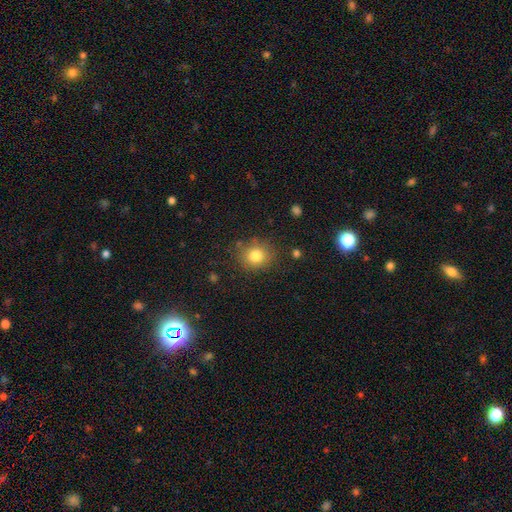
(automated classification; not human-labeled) Morphology: type=smooth (80%); roundness=round (82%); merging=none (83%).